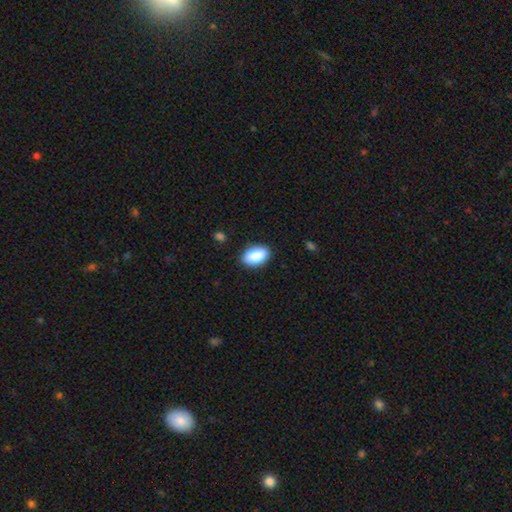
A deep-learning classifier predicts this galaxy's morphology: Overall: smooth (89%). How rounded: in between (94%). Merging: none (88%).